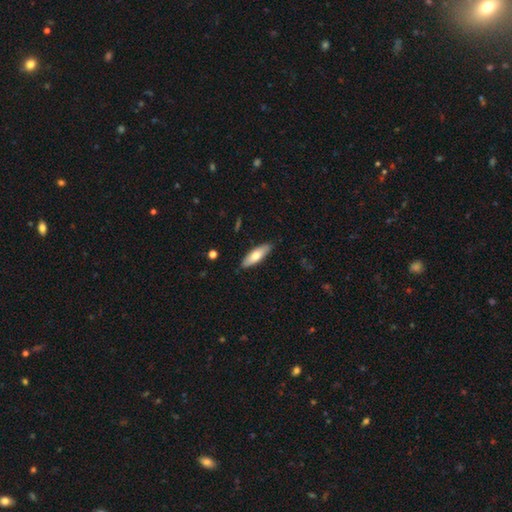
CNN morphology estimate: The model was most divided on "how rounded": in between: 52%, cigar-shaped: 46%, round: 2%. More confident: merging — none (87%); smooth or featured — smooth (69%).